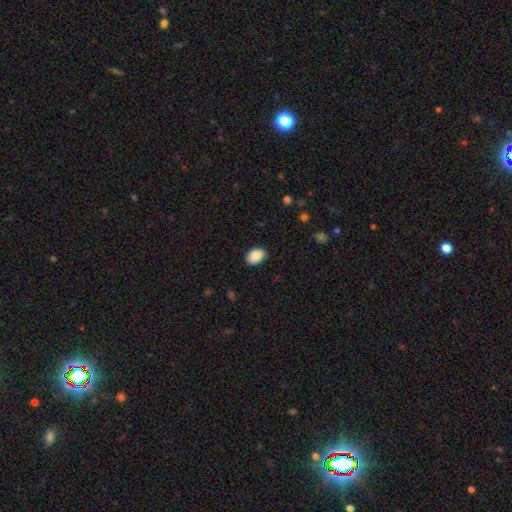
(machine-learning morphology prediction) The model was most divided on "how rounded": in between: 85%, round: 14%, cigar-shaped: 1%. More confident: smooth or featured — smooth (88%); merging — none (87%).